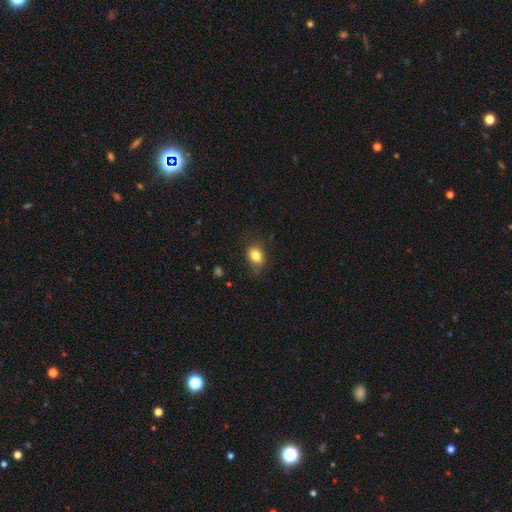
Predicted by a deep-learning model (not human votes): Smooth or featured? smooth (83%)
How rounded? in between (65%)
Merging? none (77%)